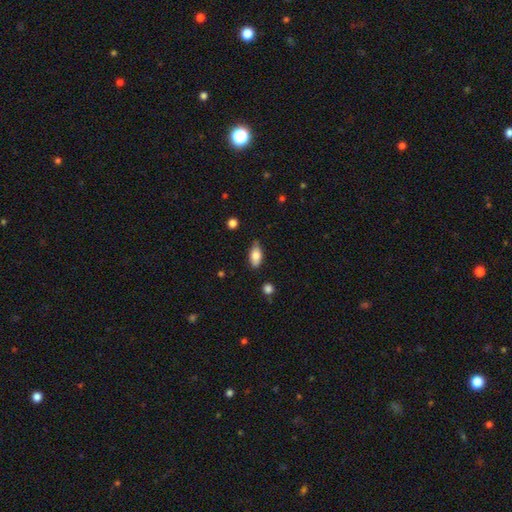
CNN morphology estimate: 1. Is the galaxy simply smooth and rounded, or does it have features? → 78% smooth, 15% featured or disk, 7% star or artifact.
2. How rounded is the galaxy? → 88% in between, 9% cigar-shaped, 3% round.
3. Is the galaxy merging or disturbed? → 76% none, 19% minor disturbance, 3% major disturbance, 2% merger.